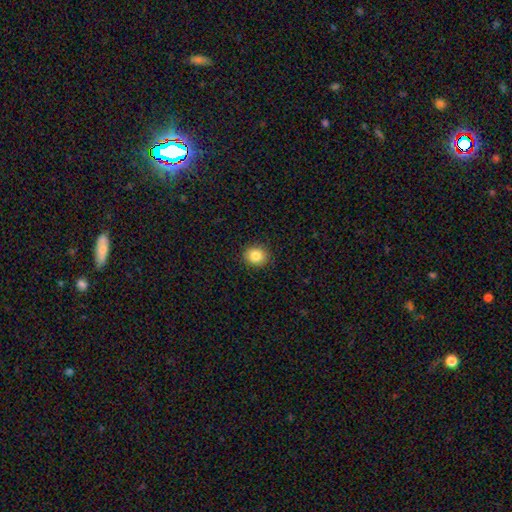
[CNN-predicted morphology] smooth_or_featured: smooth (p=0.85) [alt: star or artifact p=0.10]
how_rounded: round (p=0.77) [alt: in between p=0.23]
merging: none (p=0.91) [alt: minor disturbance p=0.07]